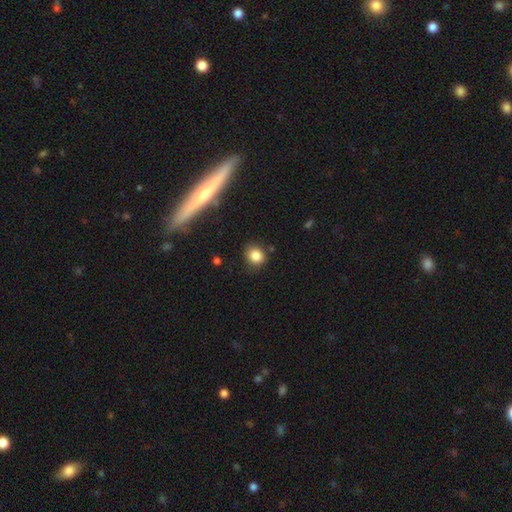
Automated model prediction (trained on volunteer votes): smooth_or_featured: smooth (p=0.83) [alt: star or artifact p=0.11]
how_rounded: round (p=0.75) [alt: in between p=0.23]
merging: none (p=0.79) [alt: minor disturbance p=0.15]